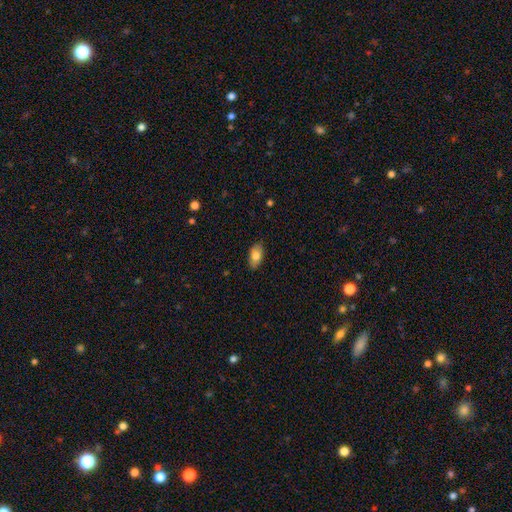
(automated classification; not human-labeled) smooth_or_featured: smooth (p=0.80) [alt: featured or disk p=0.13]
how_rounded: in between (p=0.92) [alt: round p=0.05]
merging: none (p=0.85) [alt: minor disturbance p=0.12]